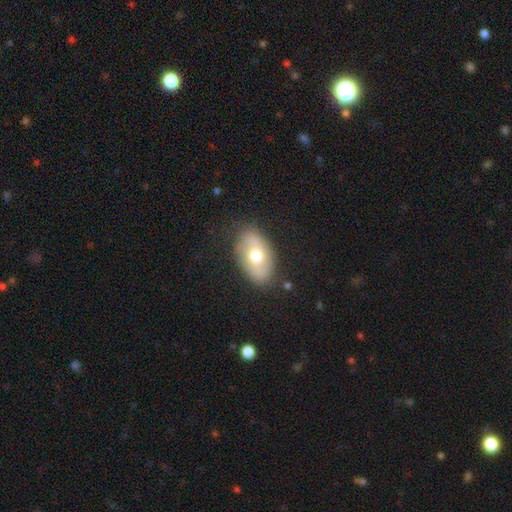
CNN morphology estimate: Smooth or featured: smooth — 55% (featured or disk — 38%)
How rounded: in between — 89% (round — 9%)
Merging: none — 81% (minor disturbance — 14%)